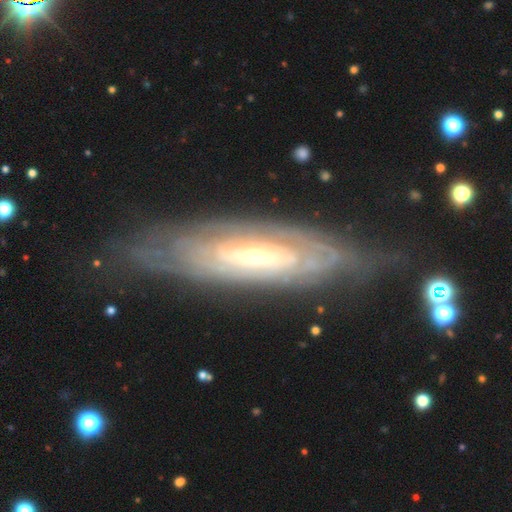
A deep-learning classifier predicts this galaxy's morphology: Smooth or featured? featured or disk (81%)
Edge-on disk? no (80%)
Bar? no (61%)
Spiral arms? yes (79%)
Spiral winding? tight (80%)
Spiral arm count? can't tell (69%)
Bulge size? small (67%)
Merging? none (71%)